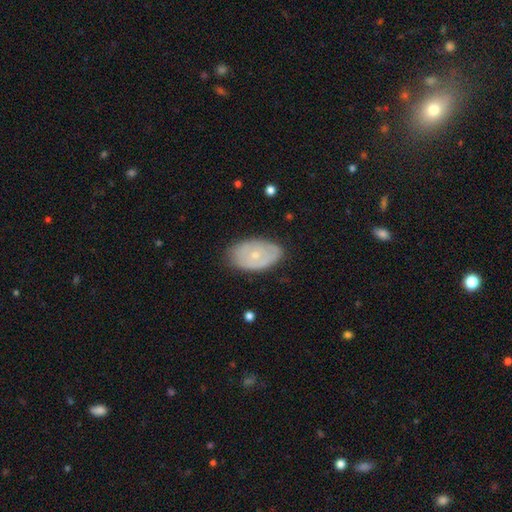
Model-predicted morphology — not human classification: type=smooth (47%, tied with featured or disk); merging=none (75%).